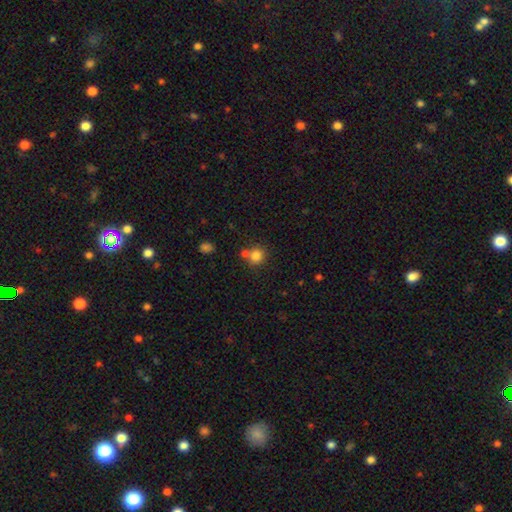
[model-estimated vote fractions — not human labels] Q: Smooth or featured?
A: smooth (82%); runner-up: star or artifact (12%)
Q: How rounded?
A: round (89%); runner-up: in between (11%)
Q: Merging?
A: none (64%); runner-up: merger (23%)